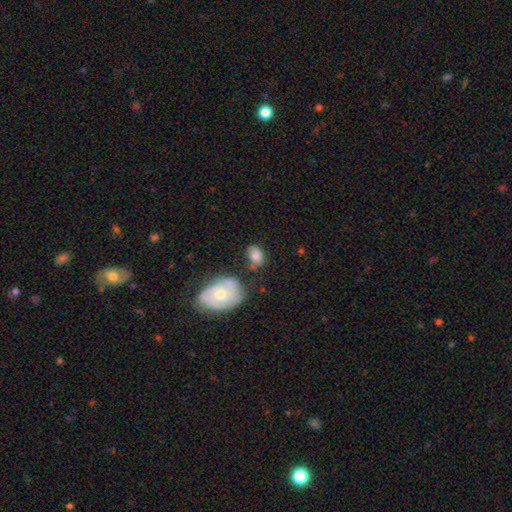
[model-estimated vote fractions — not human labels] Morphology: type=smooth (74%); roundness=in between (72%); merging=none (51%).